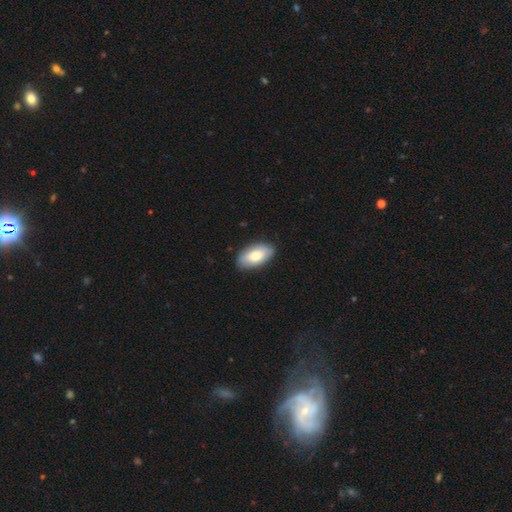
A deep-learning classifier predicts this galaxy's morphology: Q: Smooth or featured?
A: smooth (76%); runner-up: featured or disk (18%)
Q: How rounded?
A: in between (94%); runner-up: round (3%)
Q: Merging?
A: none (87%); runner-up: minor disturbance (10%)